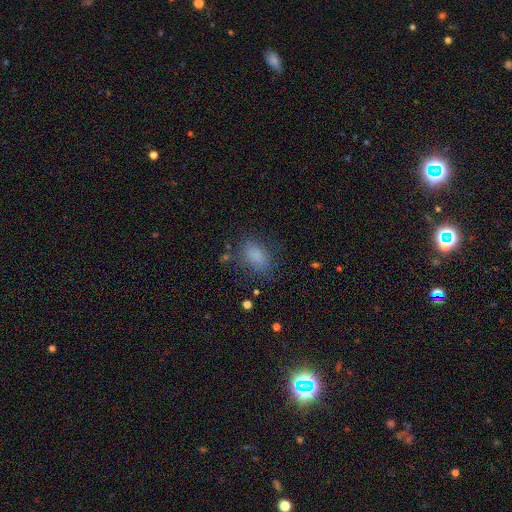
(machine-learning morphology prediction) smooth_or_featured: smooth (p=0.83) [alt: star or artifact p=0.10]
how_rounded: in between (p=0.87) [alt: round p=0.10]
merging: none (p=0.74) [alt: minor disturbance p=0.17]